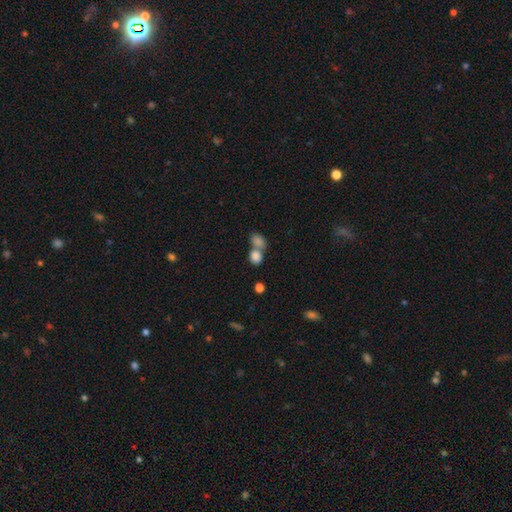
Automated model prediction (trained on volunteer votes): Smooth or featured? Predicted: smooth (p=0.84). How rounded? Predicted: in between (p=0.62). Merging? Predicted: merger (p=0.59).